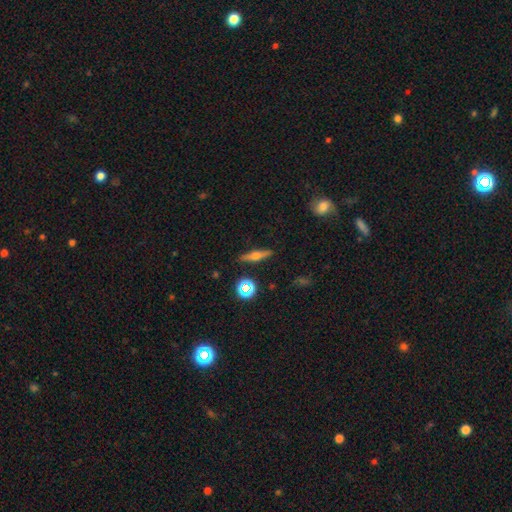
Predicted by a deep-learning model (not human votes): A featured or disk galaxy (49%). Merging: none (88%).